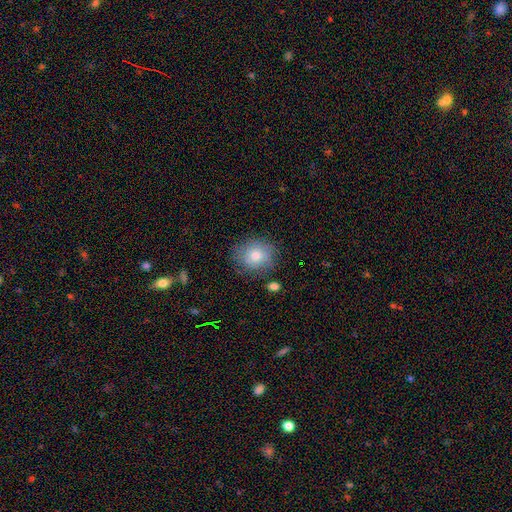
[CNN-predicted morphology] smooth_or_featured: smooth (p=0.77) [alt: featured or disk p=0.12]
how_rounded: round (p=0.77) [alt: in between p=0.22]
merging: none (p=0.80) [alt: minor disturbance p=0.14]